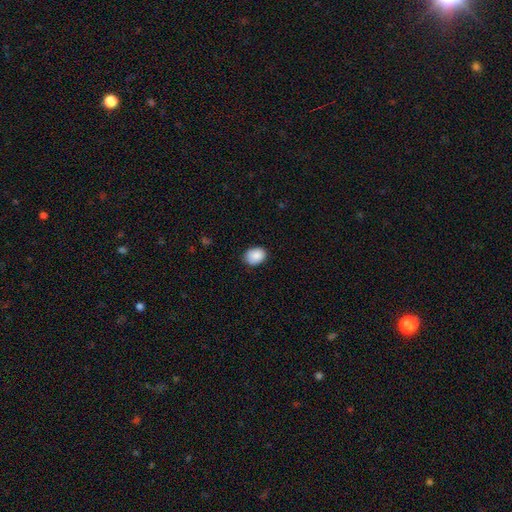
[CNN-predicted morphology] A smooth galaxy with no disk features (89%) that is in between round and cigar-shaped (58%).

Vote fractions:
- Smooth or featured? smooth: 89% / star or artifact: 8% / featured or disk: 4%
- How rounded? in between: 58% / round: 42% / cigar-shaped: 1%
- Merging? none: 80% / minor disturbance: 16% / major disturbance: 3% / merger: 1%